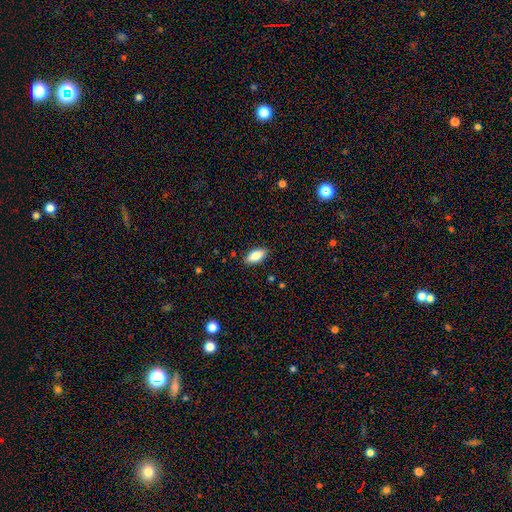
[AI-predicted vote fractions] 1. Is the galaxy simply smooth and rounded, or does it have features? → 84% smooth, 9% featured or disk, 7% star or artifact.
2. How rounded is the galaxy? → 89% in between, 9% cigar-shaped, 3% round.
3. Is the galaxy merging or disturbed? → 87% none, 9% minor disturbance, 2% major disturbance, 1% merger.